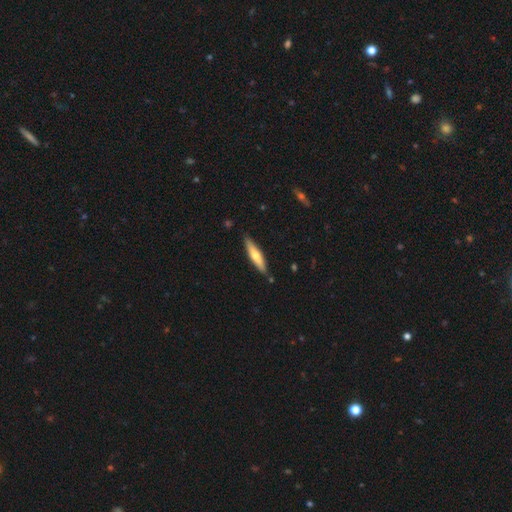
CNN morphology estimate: A smooth galaxy with no disk features (56%) that is cigar-shaped (79%). Merging: none (85%).